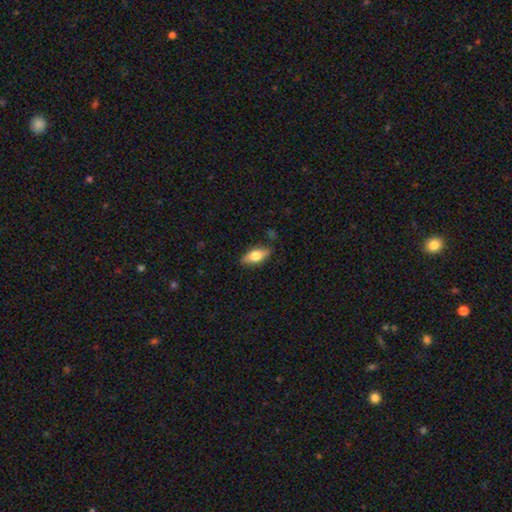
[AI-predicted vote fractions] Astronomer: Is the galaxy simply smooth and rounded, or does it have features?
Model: smooth — 68%.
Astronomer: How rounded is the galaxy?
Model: in between — 83%.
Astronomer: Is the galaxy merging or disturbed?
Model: none — 83%.